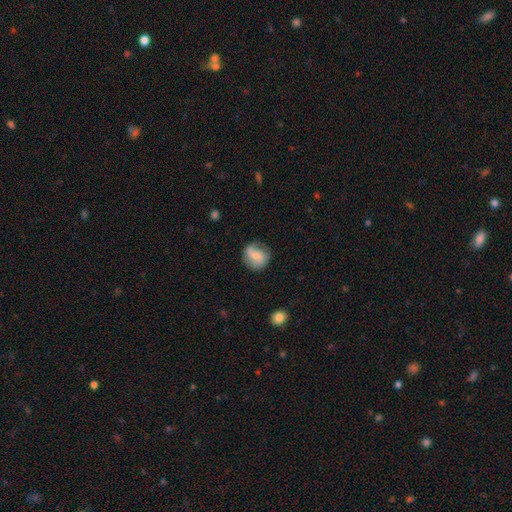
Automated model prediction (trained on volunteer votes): smooth-or-featured: smooth: 55% | featured or disk: 38% | star or artifact: 8%
  how-rounded: round: 83% | in between: 16% | cigar-shaped: 1%
  merging: none: 67% | minor disturbance: 22% | major disturbance: 8% | merger: 3%